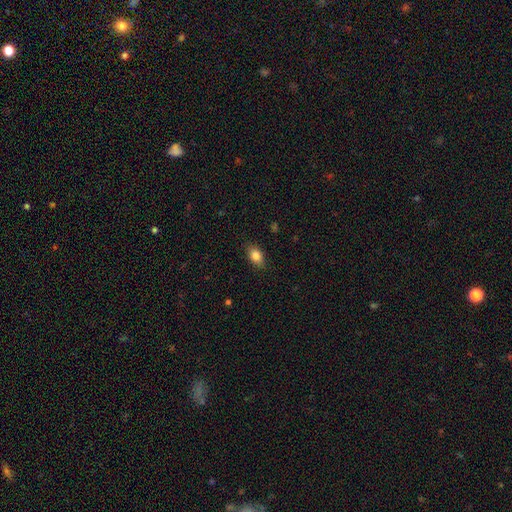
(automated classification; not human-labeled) smooth_or_featured: smooth (p=0.84) [alt: star or artifact p=0.08]
how_rounded: in between (p=0.83) [alt: round p=0.13]
merging: none (p=0.86) [alt: minor disturbance p=0.11]